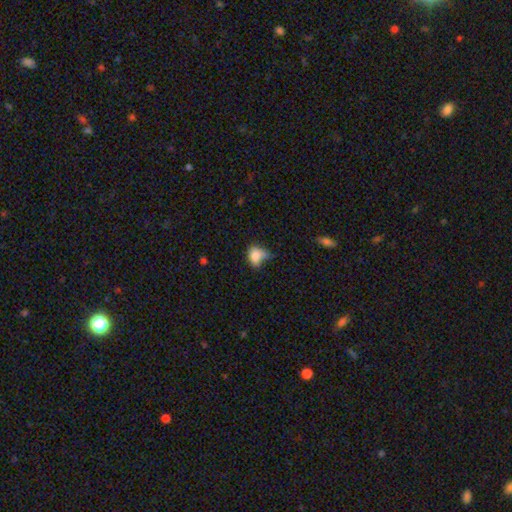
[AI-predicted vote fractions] Q: Smooth or featured?
A: smooth (79%); runner-up: featured or disk (11%)
Q: How rounded?
A: in between (68%); runner-up: round (30%)
Q: Merging?
A: minor disturbance (38%); runner-up: none (31%)